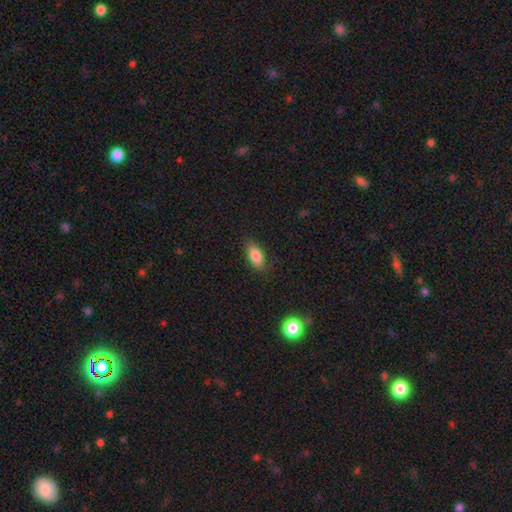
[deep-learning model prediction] A smooth galaxy with no disk features (84%) that is in between round and cigar-shaped (87%). Merging: none (81%).